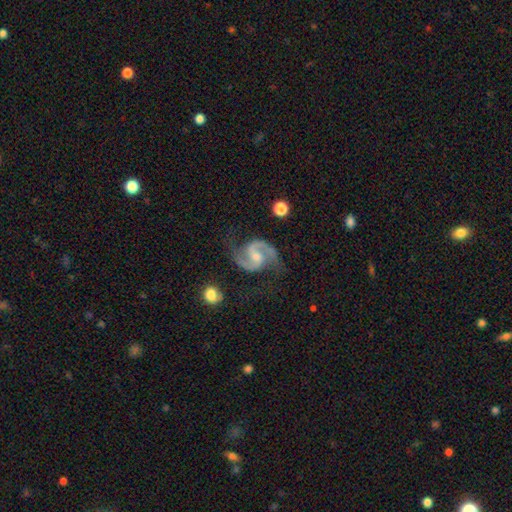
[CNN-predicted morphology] This is clearly a featured or disk galaxy (93%). It is clearly not viewed edge-on (98%). Bar: possibly weak (50%). Spiral arm pattern: clearly yes (98%). Spiral arm count: clearly 2 (94%). Spiral winding: likely medium (63%). Central bulge: possibly moderate (50%). Merging: likely none (74%).